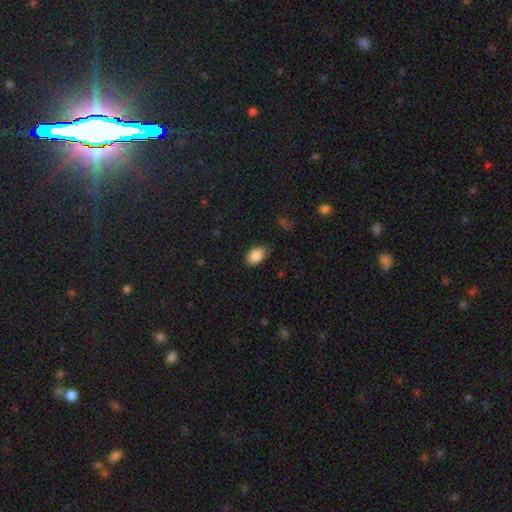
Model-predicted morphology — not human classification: smooth 87%, star or artifact 8%, featured or disk 5%. Down the decision tree: how rounded — in between (87%); merging — none (80%).